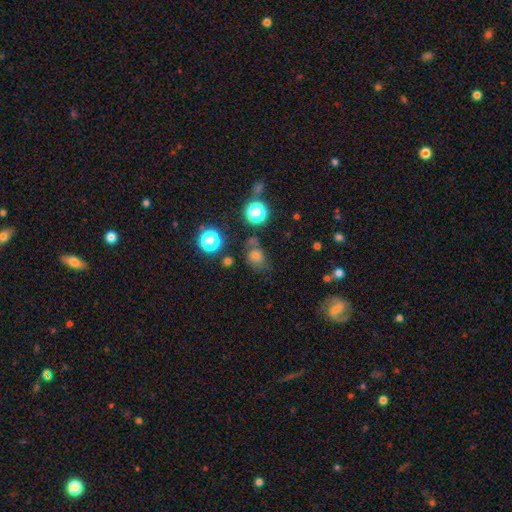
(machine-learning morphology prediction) Smooth or featured? smooth (66%)
How rounded? round (56%)
Merging? none (60%)